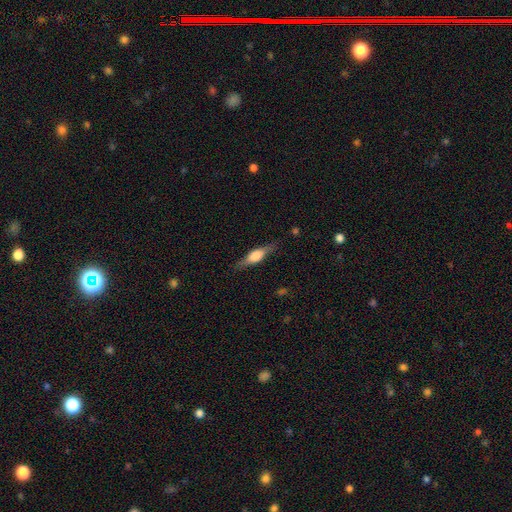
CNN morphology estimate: smooth_or_featured: featured or disk (p=0.57) [alt: smooth p=0.36]
disk_edge_on: yes (p=0.94) [alt: no p=0.06]
edge_on_bulge: rounded (p=0.82) [alt: boxy p=0.15]
merging: none (p=0.82) [alt: minor disturbance p=0.13]